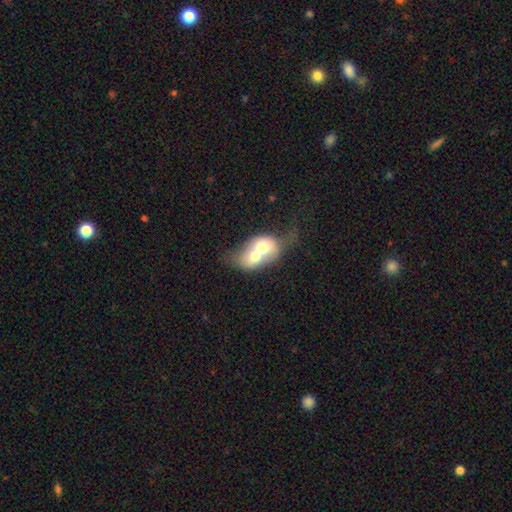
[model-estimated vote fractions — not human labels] Smooth or featured?
  - smooth: 58% *
  - featured or disk: 34%
  - star or artifact: 8%
How rounded?
  - in between: 63% *
  - round: 35%
  - cigar-shaped: 2%
Merging?
  - merger: 79% *
  - none: 10%
  - major disturbance: 6%
  - minor disturbance: 5%